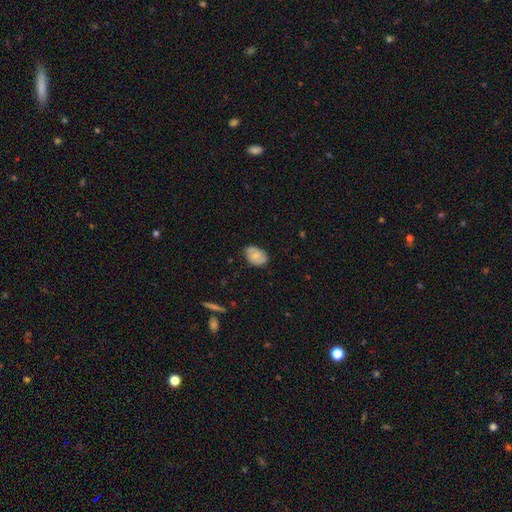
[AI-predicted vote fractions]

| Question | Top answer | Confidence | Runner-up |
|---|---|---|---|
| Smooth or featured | smooth | 70% | featured or disk (23%) |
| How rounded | in between | 81% | round (18%) |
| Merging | none | 74% | minor disturbance (21%) |